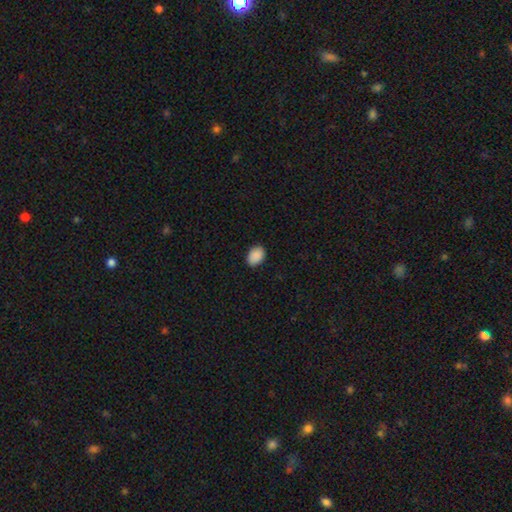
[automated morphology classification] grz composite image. It shows a smooth galaxy with no disk features (90%) that is in between round and cigar-shaped (78%). Merging: none (89%).